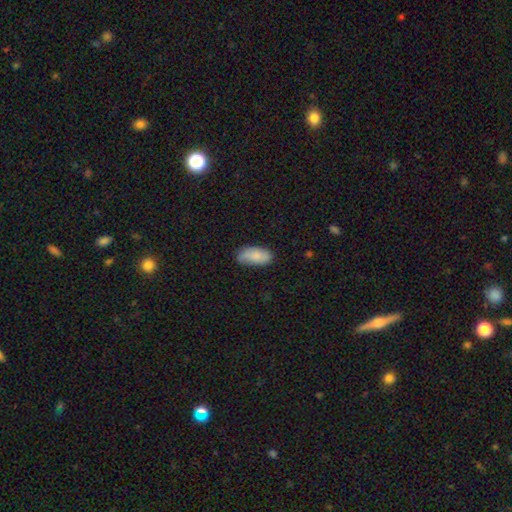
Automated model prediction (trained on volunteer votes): This is likely a smooth galaxy (80%). How rounded: clearly in between (91%). Merging: likely none (72%).